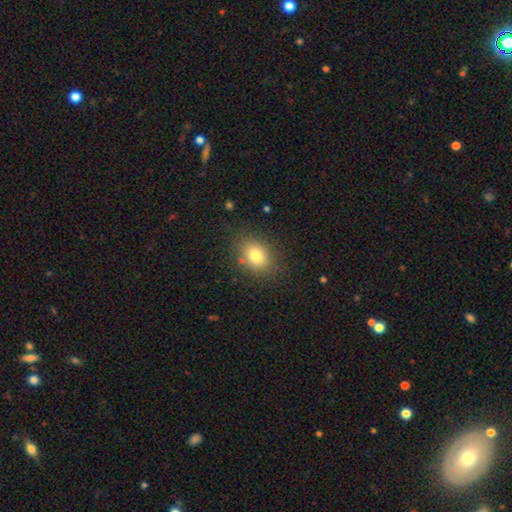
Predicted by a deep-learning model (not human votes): Overall: smooth (80%). How rounded: in between (60%; round 39%). Merging: none (83%).